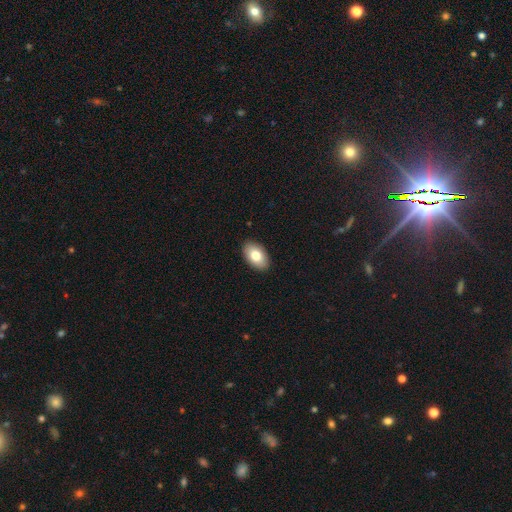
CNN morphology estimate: A smooth galaxy with no disk features (79%) that is in between round and cigar-shaped (93%). Merging: none (90%).